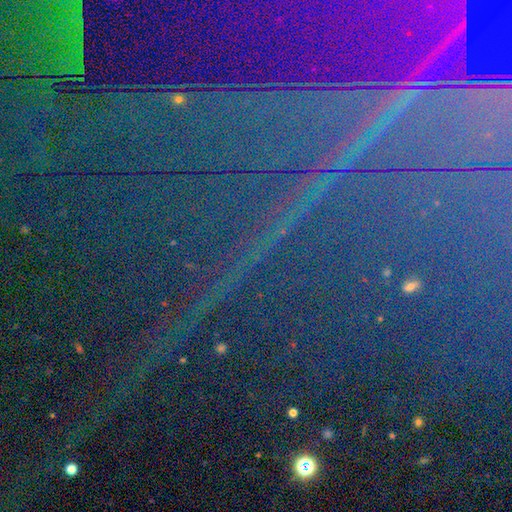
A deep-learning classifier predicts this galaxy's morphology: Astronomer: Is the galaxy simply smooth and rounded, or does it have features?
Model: star or artifact — 87%.